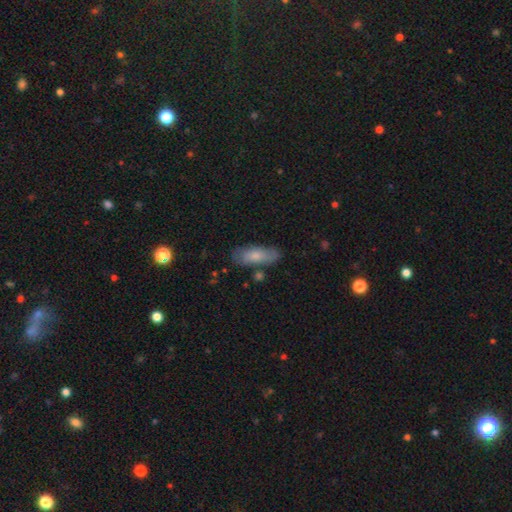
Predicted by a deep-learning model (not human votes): Smooth or featured?
  - smooth: 71% *
  - featured or disk: 23%
  - star or artifact: 6%
How rounded?
  - in between: 65% *
  - cigar-shaped: 32%
  - round: 2%
Merging?
  - none: 73% *
  - minor disturbance: 18%
  - merger: 5%
  - major disturbance: 4%